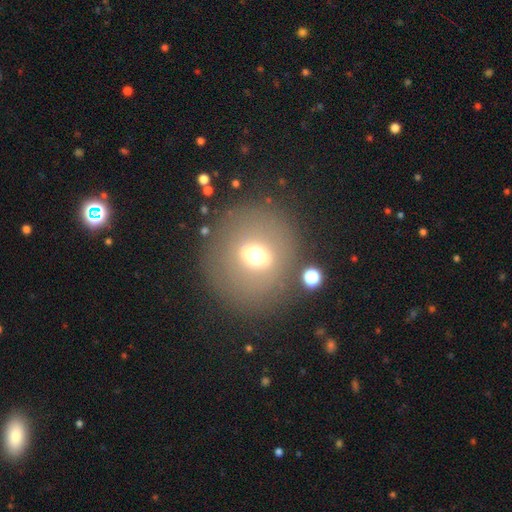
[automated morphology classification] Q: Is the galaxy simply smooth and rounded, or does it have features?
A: smooth — 56%.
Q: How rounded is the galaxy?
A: round — 82%.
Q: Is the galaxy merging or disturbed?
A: none — 79%.